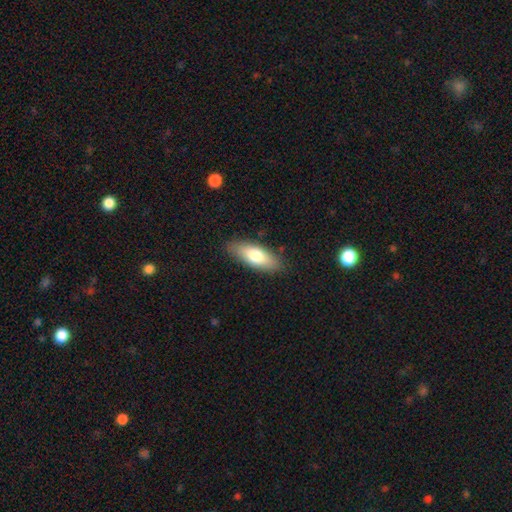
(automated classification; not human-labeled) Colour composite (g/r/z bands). It shows a smooth galaxy with no disk features (74%) that is in between round and cigar-shaped (72%). Merging: none (86%).